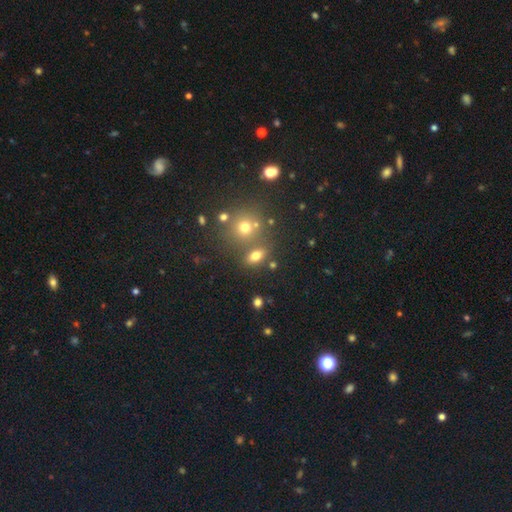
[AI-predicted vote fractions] Overall: smooth (73%). How rounded: in between (77%). Merging: none (69%).